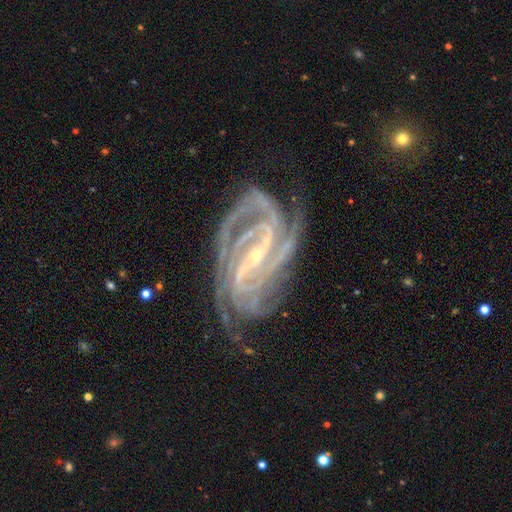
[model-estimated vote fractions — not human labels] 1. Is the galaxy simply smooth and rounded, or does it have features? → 93% featured or disk, 5% star or artifact, 2% smooth.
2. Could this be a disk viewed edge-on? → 96% no, 4% yes.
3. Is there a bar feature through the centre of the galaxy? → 72% strong, 20% weak, 8% no.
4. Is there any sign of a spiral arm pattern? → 99% yes, 1% no.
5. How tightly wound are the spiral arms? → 63% tight, 32% medium, 5% loose.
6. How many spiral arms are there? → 28% 4, 27% 3, 18% 2, 11% can't tell, 9% more than 4, 7% 1.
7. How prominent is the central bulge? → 81% small, 16% moderate, 2% none, 1% large, 1% dominant.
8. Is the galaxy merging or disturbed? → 71% none, 19% minor disturbance, 9% major disturbance, 2% merger.